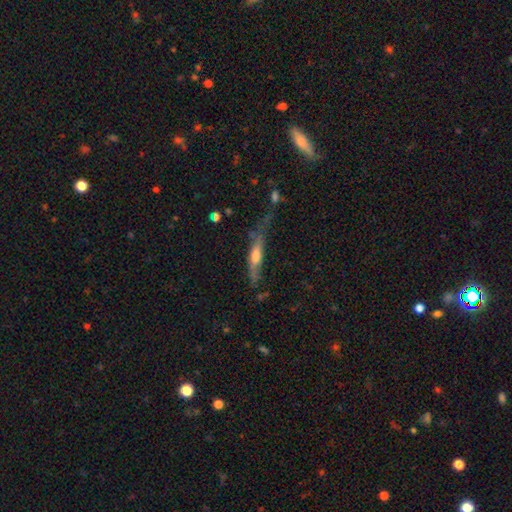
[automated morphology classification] Smooth or featured? Predicted: featured or disk (p=0.55). Edge-on disk? Predicted: yes (p=0.84). Merging? Predicted: none (p=0.48).